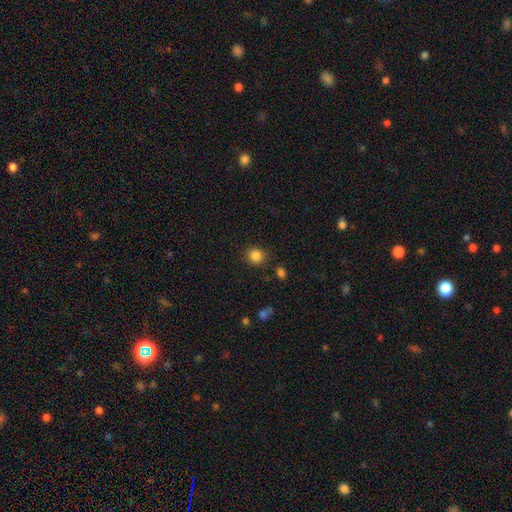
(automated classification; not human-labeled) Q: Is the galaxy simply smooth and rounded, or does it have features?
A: smooth — 85%.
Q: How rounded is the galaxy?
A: round — 87%.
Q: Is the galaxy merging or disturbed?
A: none — 86%.